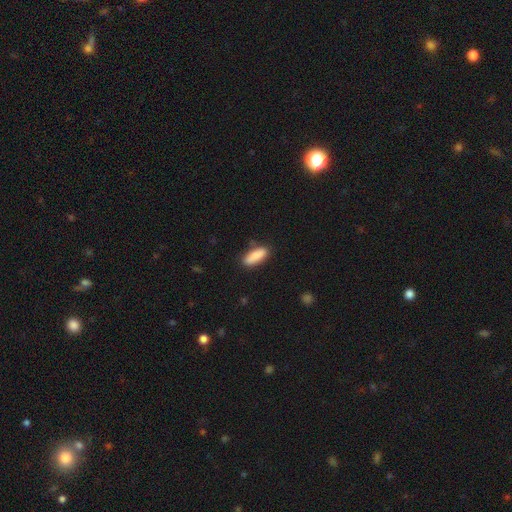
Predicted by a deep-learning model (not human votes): This appears to be a smooth galaxy with no disk features (87%) that is in between round and cigar-shaped (63%). Merging: none (83%).